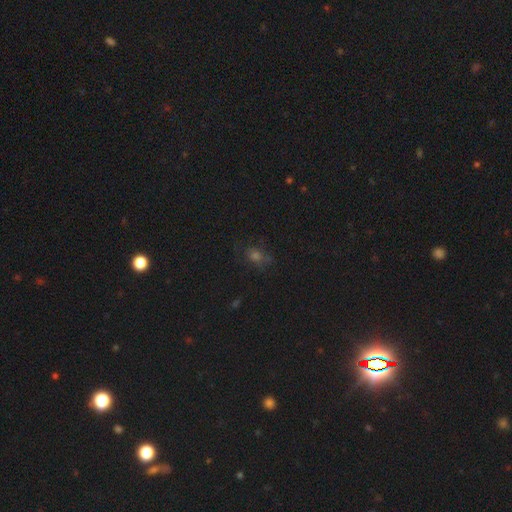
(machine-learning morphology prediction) Smooth or featured? Predicted: smooth (p=0.47). Merging? Predicted: none (p=0.70).